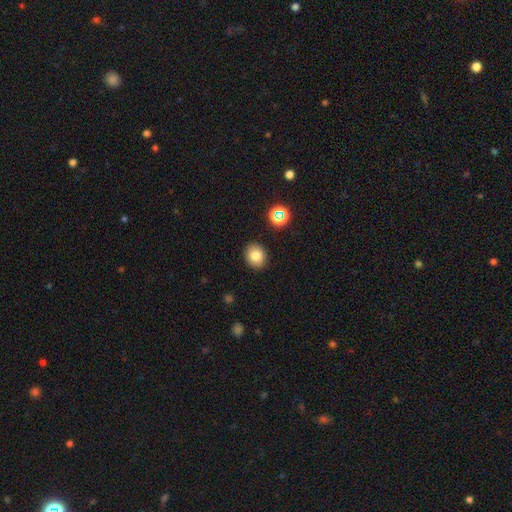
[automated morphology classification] smooth-or-featured: smooth: 78% | star or artifact: 12% | featured or disk: 9%
  how-rounded: round: 69% | in between: 30% | cigar-shaped: 1%
  merging: none: 90% | minor disturbance: 7% | major disturbance: 2% | merger: 2%